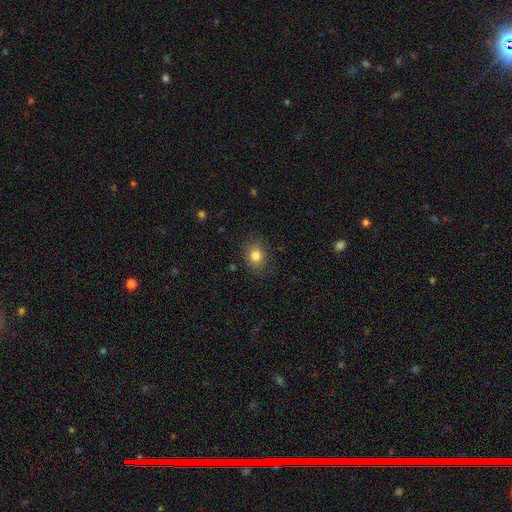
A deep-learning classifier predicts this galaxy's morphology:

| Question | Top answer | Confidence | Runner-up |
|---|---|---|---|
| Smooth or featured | smooth | 82% | star or artifact (11%) |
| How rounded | round | 55% | in between (44%) |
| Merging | none | 84% | minor disturbance (12%) |